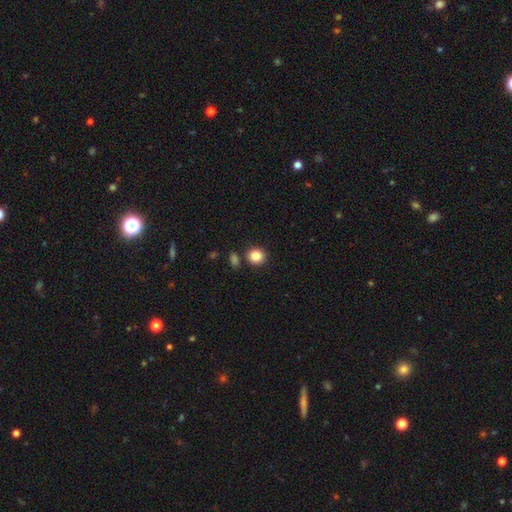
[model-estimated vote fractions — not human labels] This is clearly a smooth galaxy (85%). How rounded: clearly round (85%). Merging: clearly none (83%).